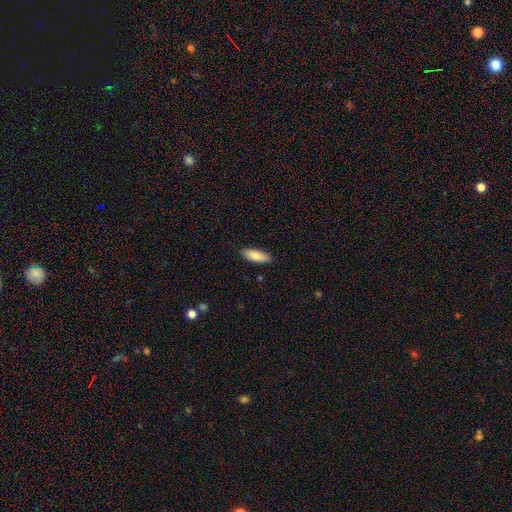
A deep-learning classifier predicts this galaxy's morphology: This is clearly a smooth galaxy (84%). How rounded: likely in between (65%). Merging: clearly none (87%).